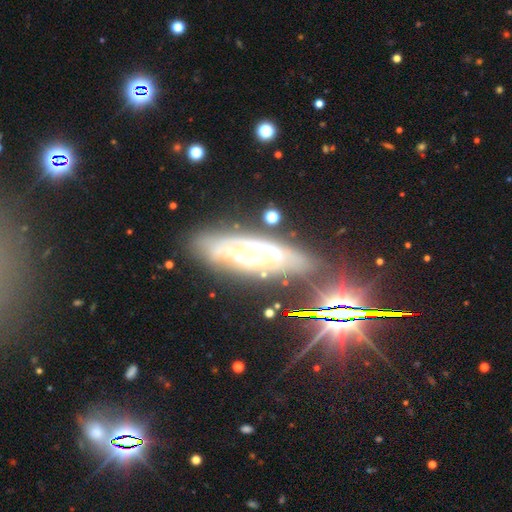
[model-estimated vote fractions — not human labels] Smooth or featured? featured or disk (73%)
Edge-on disk? no (78%)
Bar? no (63%)
Spiral arms? yes (78%)
Bulge size? moderate (46%)
Merging? none (68%)